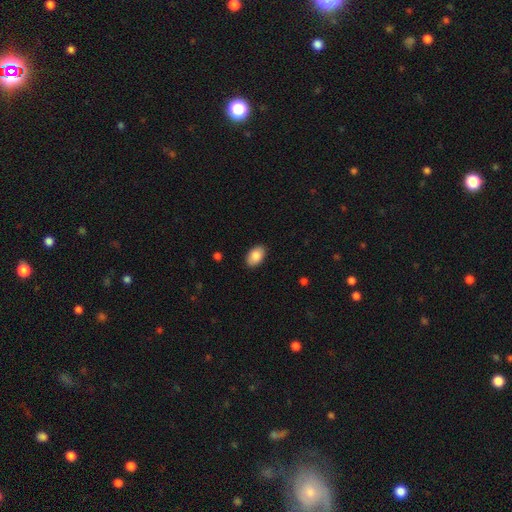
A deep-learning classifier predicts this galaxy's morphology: A smooth galaxy with no disk features (87%) that is in between round and cigar-shaped (92%).

Vote fractions:
- Smooth or featured? smooth: 87% / featured or disk: 7% / star or artifact: 7%
- How rounded? in between: 92% / round: 7% / cigar-shaped: 1%
- Merging? none: 89% / minor disturbance: 9% / major disturbance: 2% / merger: 1%